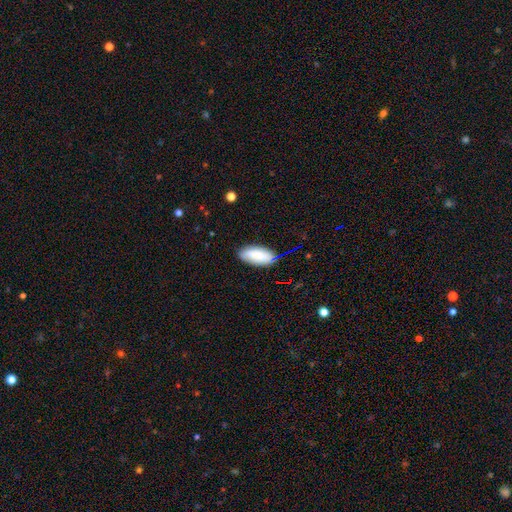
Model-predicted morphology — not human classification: Smooth or featured? Predicted: smooth (p=0.78). How rounded? Predicted: in between (p=0.88). Merging? Predicted: none (p=0.74).